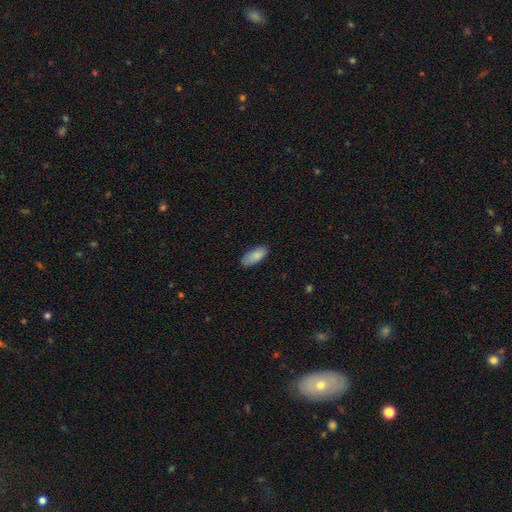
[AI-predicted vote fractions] A smooth galaxy with no disk features (86%) that is in between round and cigar-shaped (86%).

Vote fractions:
- Smooth or featured? smooth: 86% / featured or disk: 8% / star or artifact: 6%
- How rounded? in between: 86% / cigar-shaped: 12% / round: 2%
- Merging? none: 82% / minor disturbance: 14% / major disturbance: 2% / merger: 1%